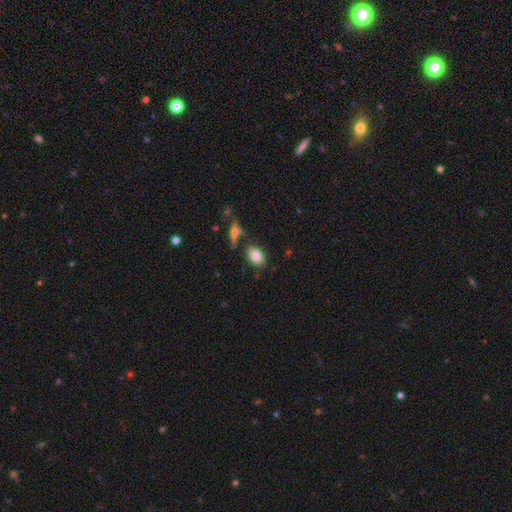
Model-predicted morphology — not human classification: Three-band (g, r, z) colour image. It shows a smooth galaxy with no disk features (79%) that is in between round and cigar-shaped (86%). Merging: none (75%).